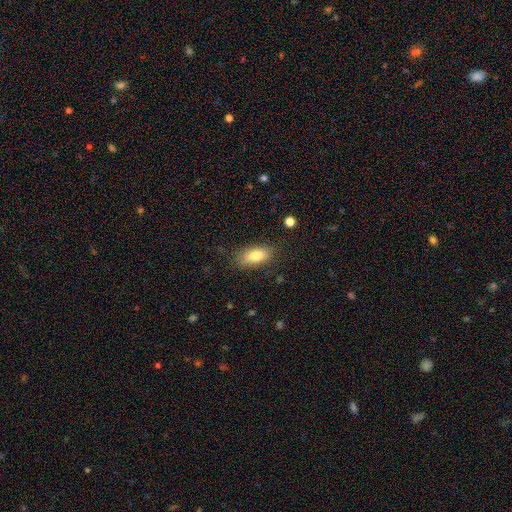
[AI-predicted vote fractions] smooth_or_featured: smooth (p=0.83) [alt: featured or disk p=0.10]
how_rounded: in between (p=0.84) [alt: cigar-shaped p=0.13]
merging: none (p=0.81) [alt: minor disturbance p=0.14]